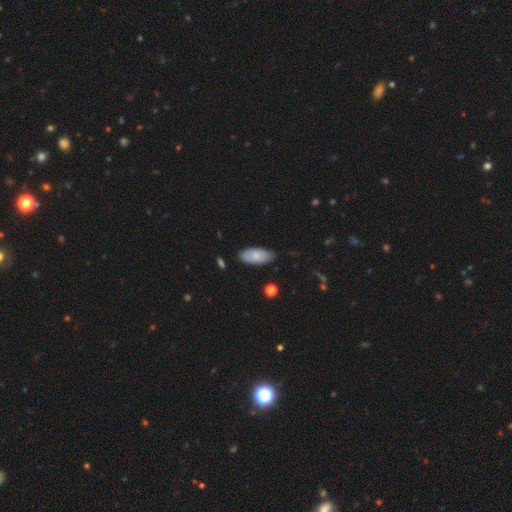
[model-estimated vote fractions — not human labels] The model was most divided on "merging": none: 77%, minor disturbance: 19%, major disturbance: 3%, merger: 2%. More confident: how rounded — in between (91%); smooth or featured — smooth (79%).